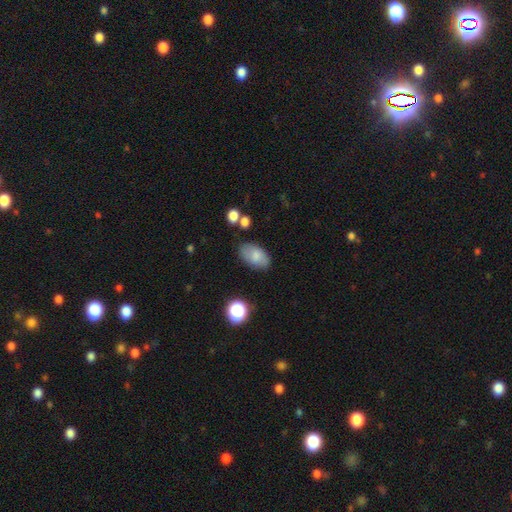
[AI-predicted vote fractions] This is likely a smooth galaxy (79%). How rounded: clearly in between (93%). Merging: likely none (77%).